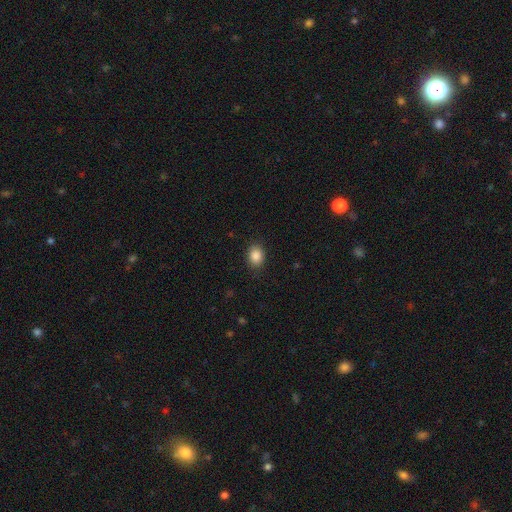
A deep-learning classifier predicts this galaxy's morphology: Smooth or featured? Predicted: smooth (p=0.87). How rounded? Predicted: in between (p=0.59). Merging? Predicted: none (p=0.87).